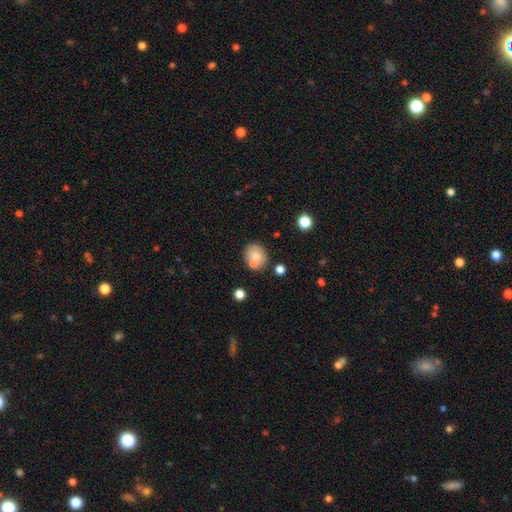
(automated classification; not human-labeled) smooth 74%, featured or disk 16%, star or artifact 10%. Down the decision tree: how rounded — round (68%); merging — none (62%).